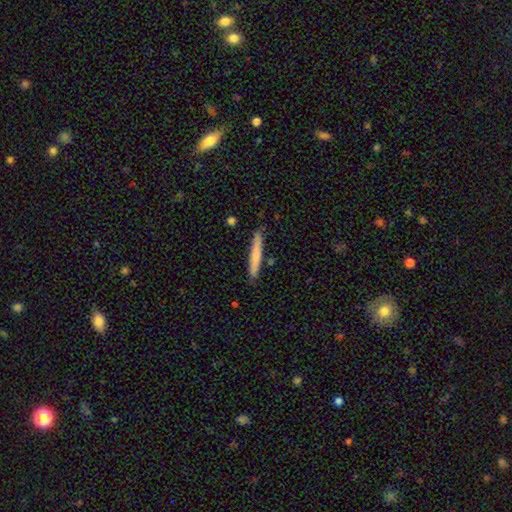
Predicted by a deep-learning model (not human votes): Smooth or featured?
  - smooth: 75% *
  - featured or disk: 20%
  - star or artifact: 5%
How rounded?
  - cigar-shaped: 95% *
  - in between: 4%
  - round: 1%
Merging?
  - none: 87% *
  - minor disturbance: 9%
  - merger: 2%
  - major disturbance: 2%